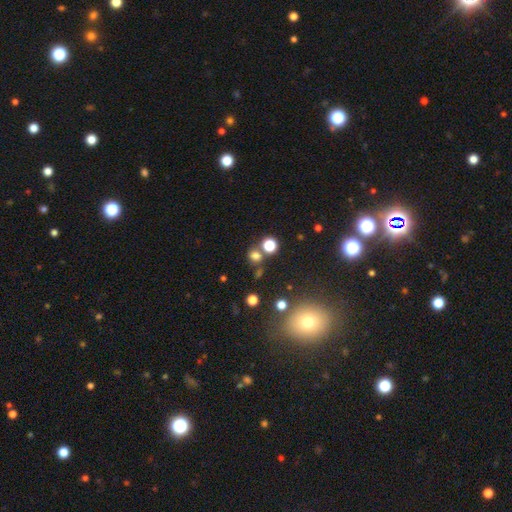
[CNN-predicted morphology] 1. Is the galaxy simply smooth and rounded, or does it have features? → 69% smooth, 24% star or artifact, 8% featured or disk.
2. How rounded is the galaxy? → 76% round, 22% in between, 1% cigar-shaped.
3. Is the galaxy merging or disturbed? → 66% none, 19% merger, 10% minor disturbance, 5% major disturbance.